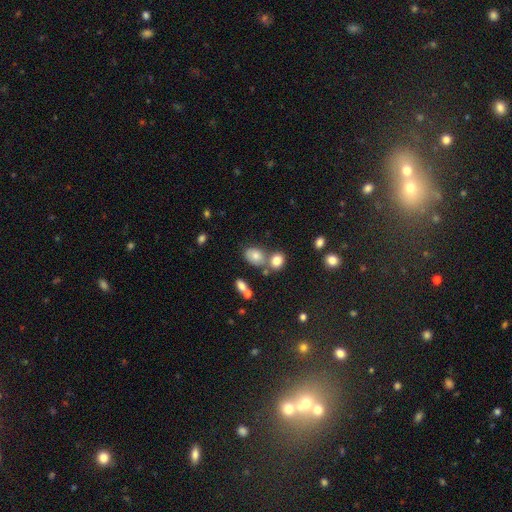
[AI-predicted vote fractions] Morphology: type=smooth (71%); roundness=in between (56%); merging=none (58%).